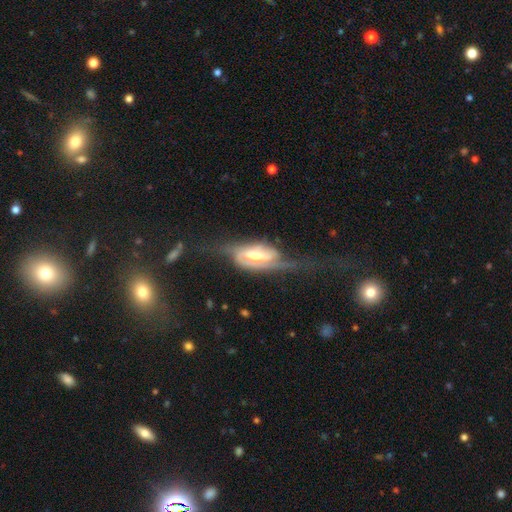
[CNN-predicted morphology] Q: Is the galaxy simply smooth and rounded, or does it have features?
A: featured or disk — 78%.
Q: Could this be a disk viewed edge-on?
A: no — 80%.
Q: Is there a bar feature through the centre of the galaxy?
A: weak — 39%.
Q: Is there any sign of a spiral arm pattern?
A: yes — 86%.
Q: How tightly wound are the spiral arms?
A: medium — 39%.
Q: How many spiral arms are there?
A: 2 — 75%.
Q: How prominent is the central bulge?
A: moderate — 55%.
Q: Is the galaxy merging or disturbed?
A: none — 40%.